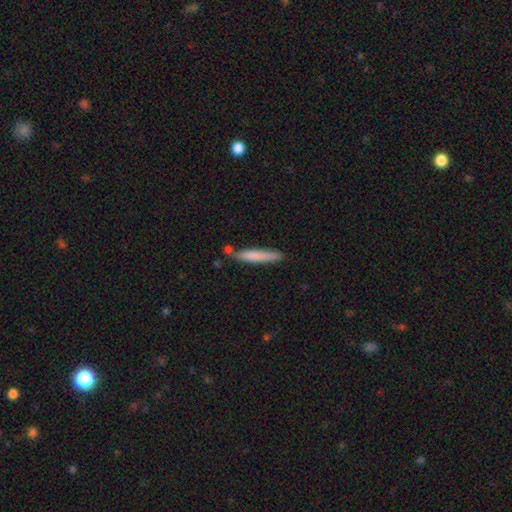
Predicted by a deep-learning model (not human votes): A smooth galaxy with no disk features (75%) that is cigar-shaped (94%).

Vote fractions:
- Smooth or featured? smooth: 75% / featured or disk: 19% / star or artifact: 6%
- How rounded? cigar-shaped: 94% / in between: 5% / round: 1%
- Merging? none: 75% / minor disturbance: 14% / merger: 8% / major disturbance: 3%